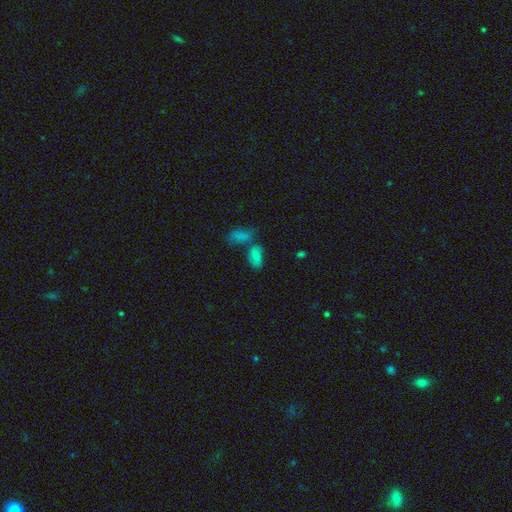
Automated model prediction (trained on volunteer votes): The model was most divided on "merging": merger: 45%, none: 34%, minor disturbance: 13%, major disturbance: 8%. More confident: how rounded — in between (90%); smooth or featured — smooth (70%).